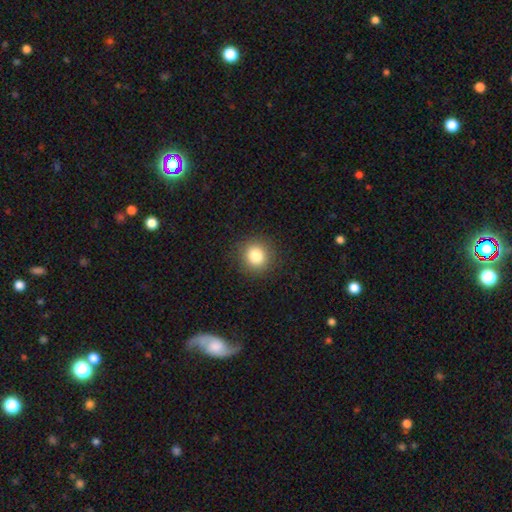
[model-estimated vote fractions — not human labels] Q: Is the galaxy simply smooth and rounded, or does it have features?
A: smooth — 82%.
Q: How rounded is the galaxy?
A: round — 90%.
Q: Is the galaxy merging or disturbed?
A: none — 90%.